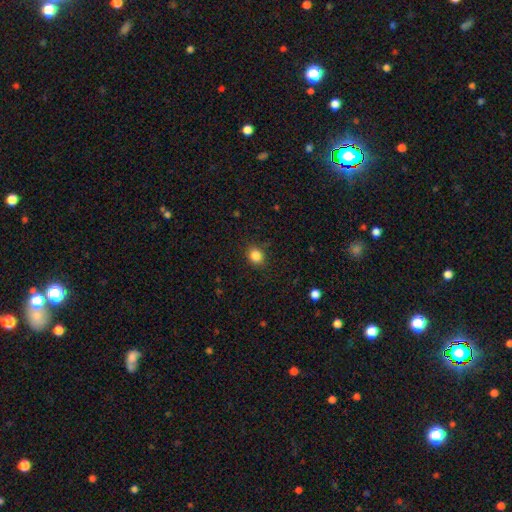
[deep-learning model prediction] smooth 85%, star or artifact 11%, featured or disk 4%. Down the decision tree: how rounded — round (69%); merging — none (86%).